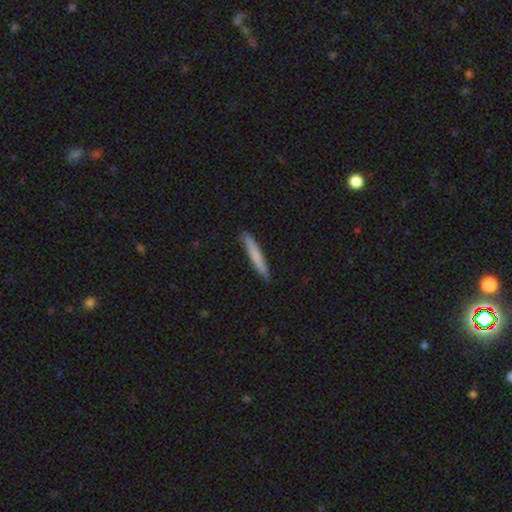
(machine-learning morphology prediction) A smooth galaxy with no disk features (71%) that is cigar-shaped (96%). Merging: none (90%).